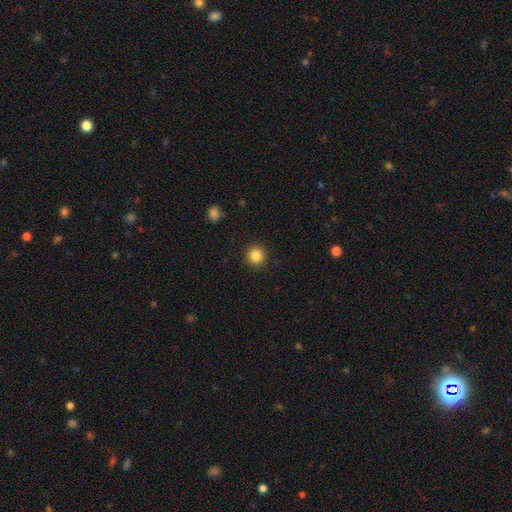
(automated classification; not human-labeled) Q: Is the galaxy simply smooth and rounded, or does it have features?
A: smooth — 85%.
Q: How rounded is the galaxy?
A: round — 92%.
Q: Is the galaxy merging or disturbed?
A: none — 91%.